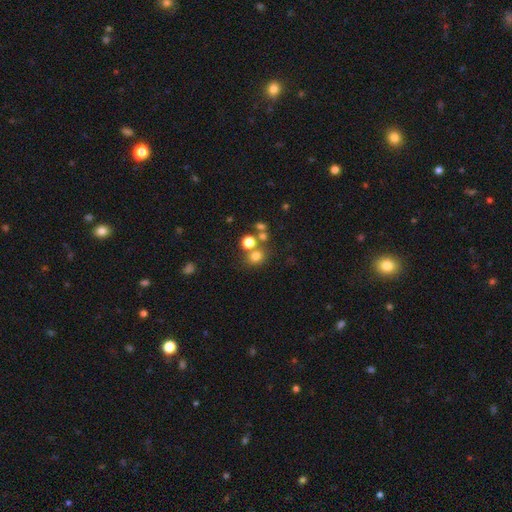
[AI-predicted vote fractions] This appears to be a smooth galaxy with no disk features (72%) that is round (78%). Merging: none (61%).